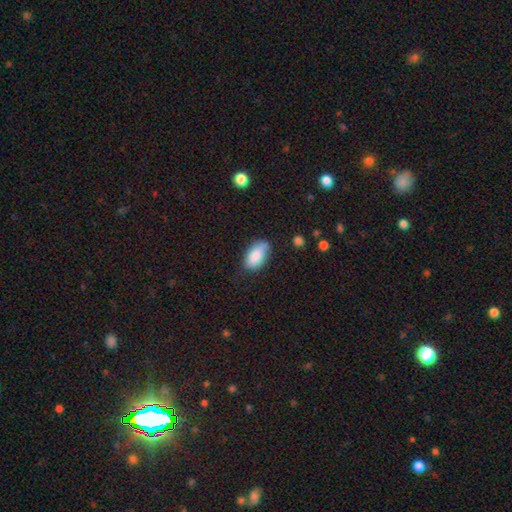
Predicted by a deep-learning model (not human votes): The model was most divided on "merging": none: 64%, minor disturbance: 28%, major disturbance: 6%, merger: 2%. More confident: how rounded — in between (93%); smooth or featured — smooth (86%).